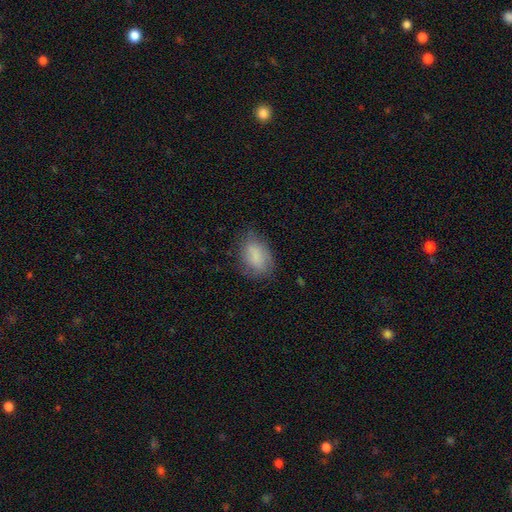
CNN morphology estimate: smooth-or-featured: smooth: 81% | featured or disk: 12% | star or artifact: 8%
  how-rounded: in between: 85% | round: 13% | cigar-shaped: 2%
  merging: none: 67% | minor disturbance: 24% | major disturbance: 8% | merger: 1%